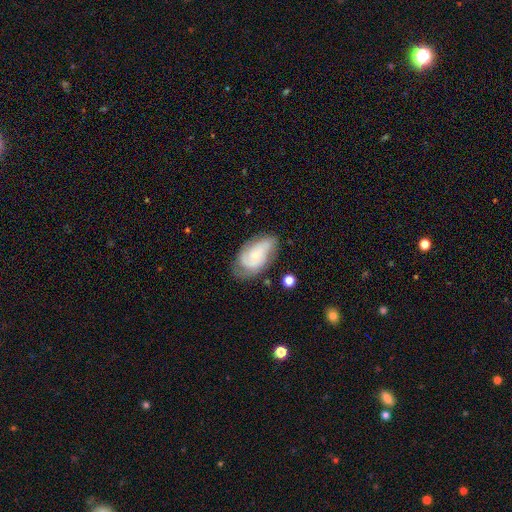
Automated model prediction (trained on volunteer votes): Smooth or featured: featured or disk — 67% (smooth — 27%)
Edge-on disk: no — 96% (yes — 4%)
Bar: no — 75% (weak — 21%)
Spiral arms: yes — 87% (no — 13%)
Spiral winding: tight — 49% (medium — 37%)
Spiral arm count: 2 — 40% (can't tell — 31%)
Bulge size: small — 74% (moderate — 20%)
Merging: none — 61% (minor disturbance — 26%)